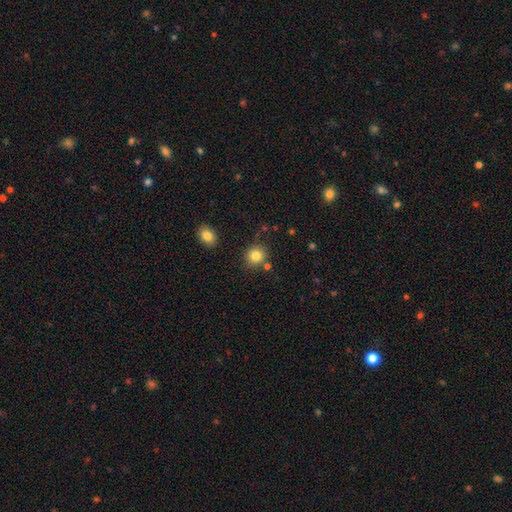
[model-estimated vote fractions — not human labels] Morphology: type=smooth (83%); roundness=round (84%); merging=none (80%).